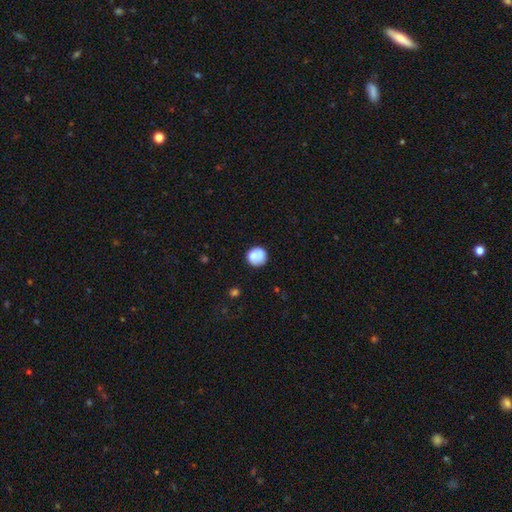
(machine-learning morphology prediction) Smooth or featured: smooth — 78% (featured or disk — 13%)
How rounded: round — 91% (in between — 8%)
Merging: none — 70% (minor disturbance — 18%)